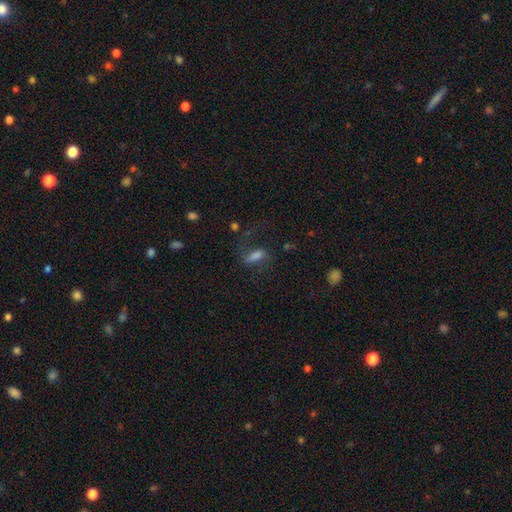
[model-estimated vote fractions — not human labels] A smooth galaxy with no disk features (46%). Merging: none (58%).